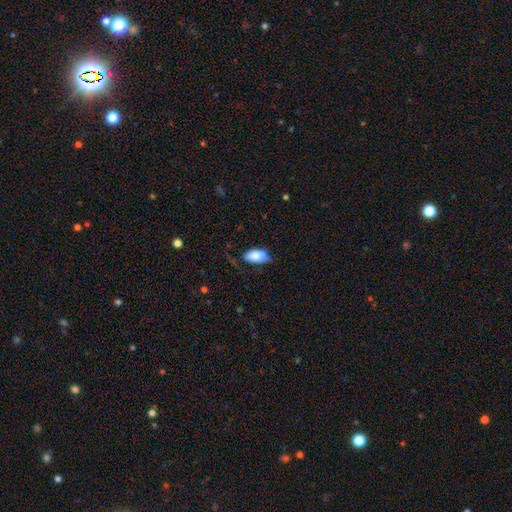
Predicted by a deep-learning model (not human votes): This is likely a smooth galaxy (77%). How rounded: clearly in between (91%). Merging: possibly none (46%).